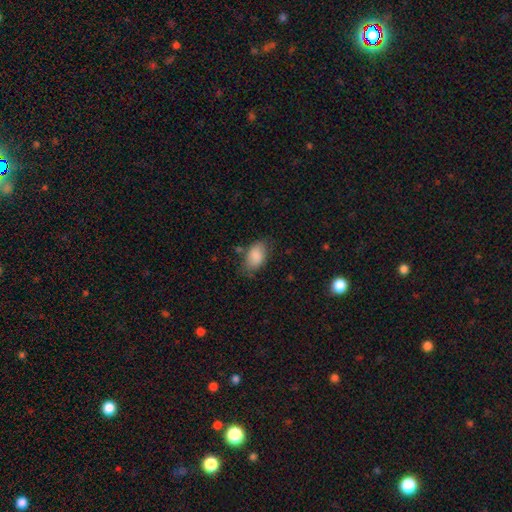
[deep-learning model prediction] Smooth or featured: smooth — 86% (featured or disk — 7%)
How rounded: in between — 89% (round — 9%)
Merging: none — 66% (minor disturbance — 23%)